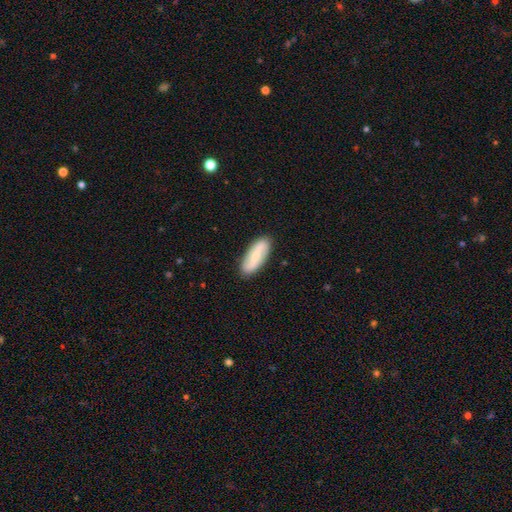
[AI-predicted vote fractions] Smooth or featured? featured or disk (50%)
Merging? none (88%)